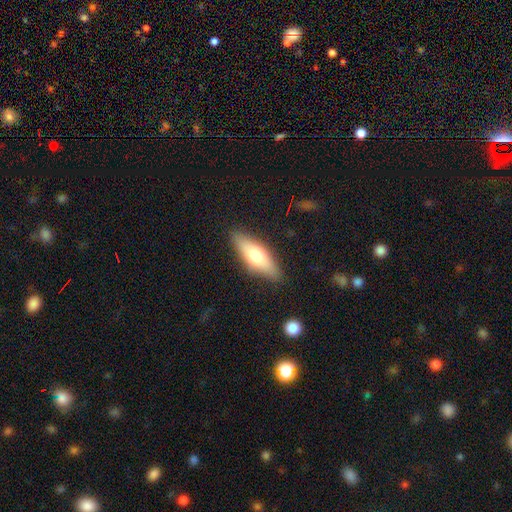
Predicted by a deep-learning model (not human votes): This appears to be a smooth galaxy with no disk features (66%) that is in between round and cigar-shaped (53%). Merging: none (85%).